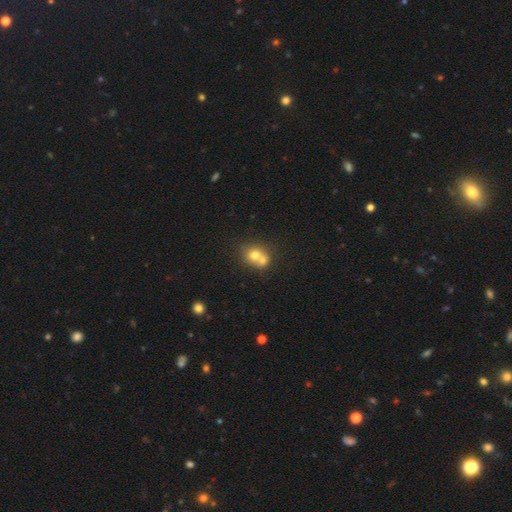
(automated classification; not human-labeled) Smooth or featured? smooth (70%)
How rounded? round (70%)
Merging? merger (61%)